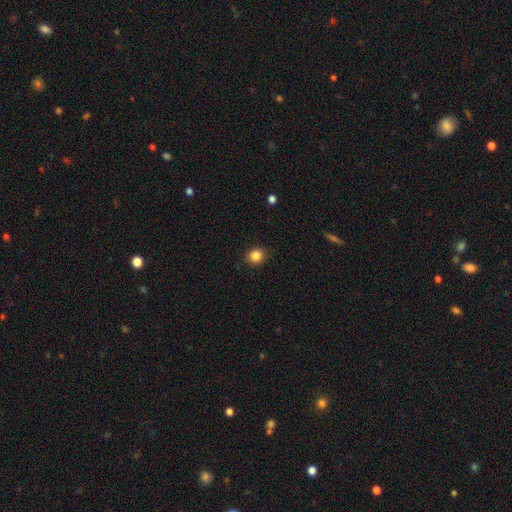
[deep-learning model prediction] The model was most divided on "how rounded": round: 78%, in between: 21%, cigar-shaped: 1%. More confident: merging — none (88%); smooth or featured — smooth (85%).